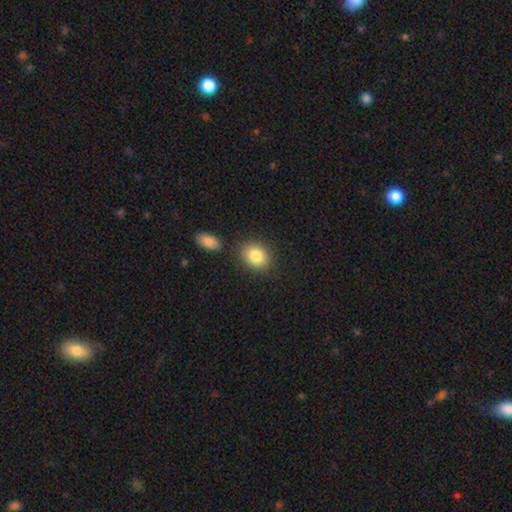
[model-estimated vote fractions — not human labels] Smooth or featured?
  - smooth: 84% *
  - star or artifact: 8%
  - featured or disk: 8%
How rounded?
  - round: 50% *
  - in between: 49%
  - cigar-shaped: 1%
Merging?
  - none: 79% *
  - minor disturbance: 10%
  - merger: 7%
  - major disturbance: 3%